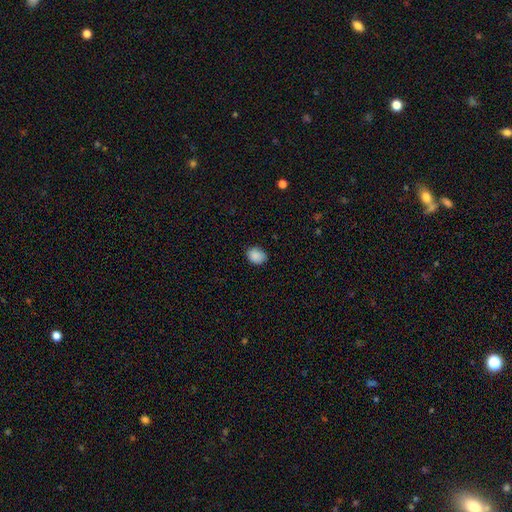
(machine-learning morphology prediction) A smooth galaxy with no disk features (88%) that is in between round and cigar-shaped (55%). Merging: none (79%).